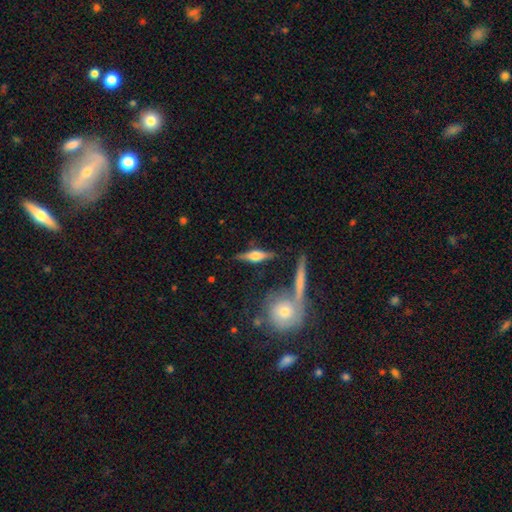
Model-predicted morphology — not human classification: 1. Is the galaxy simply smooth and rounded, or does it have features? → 67% featured or disk, 27% smooth, 7% star or artifact.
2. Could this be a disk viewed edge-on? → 95% yes, 5% no.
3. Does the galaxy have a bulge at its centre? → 88% rounded, 9% boxy, 3% none.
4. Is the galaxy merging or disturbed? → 80% none, 12% minor disturbance, 5% merger, 3% major disturbance.